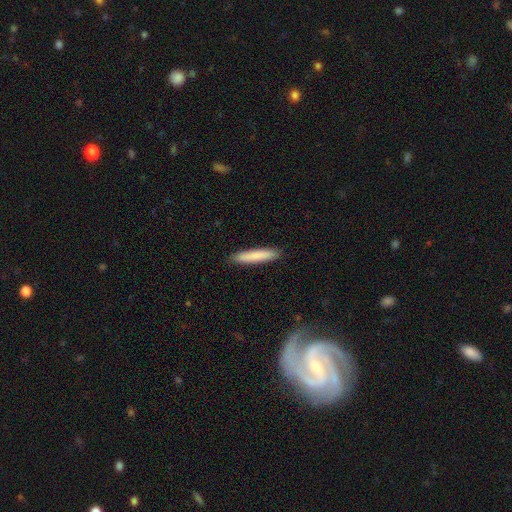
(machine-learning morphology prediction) The model was most divided on "smooth or featured": smooth: 82%, featured or disk: 12%, star or artifact: 6%. More confident: how rounded — cigar-shaped (92%); merging — none (89%).